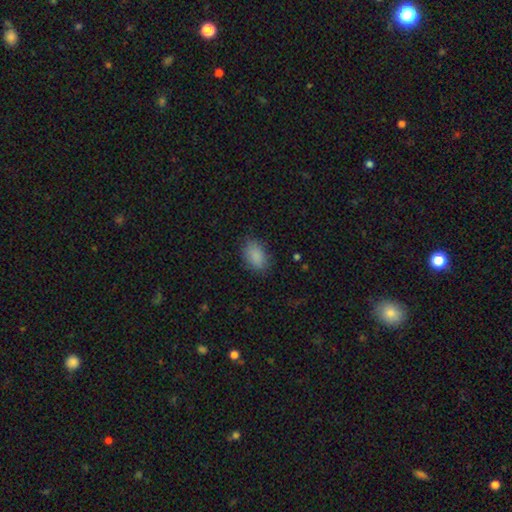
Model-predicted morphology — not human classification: A smooth galaxy with no disk features (88%) that is in between round and cigar-shaped (87%).

Vote fractions:
- Smooth or featured? smooth: 88% / star or artifact: 8% / featured or disk: 4%
- How rounded? in between: 87% / round: 11% / cigar-shaped: 1%
- Merging? none: 83% / minor disturbance: 13% / major disturbance: 4% / merger: 1%